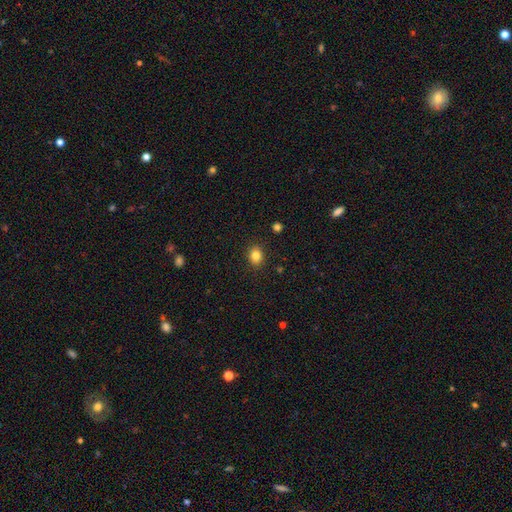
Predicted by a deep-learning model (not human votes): smooth-or-featured: smooth: 84% | star or artifact: 11% | featured or disk: 5%
  how-rounded: round: 53% | in between: 46% | cigar-shaped: 1%
  merging: none: 89% | minor disturbance: 7% | major disturbance: 2% | merger: 1%